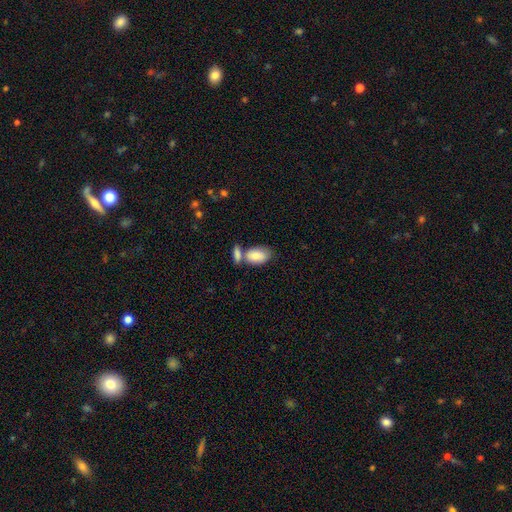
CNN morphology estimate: Q: Smooth or featured?
A: smooth (84%); runner-up: featured or disk (10%)
Q: How rounded?
A: in between (92%); runner-up: round (6%)
Q: Merging?
A: merger (44%); runner-up: none (38%)